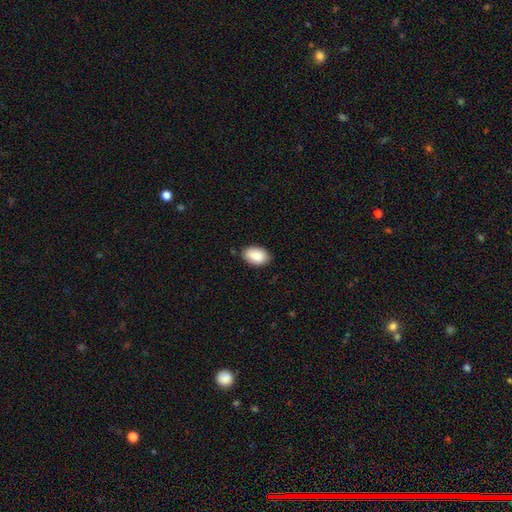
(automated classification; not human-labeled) This appears to be a smooth galaxy with no disk features (88%) that is in between round and cigar-shaped (91%). Merging: none (83%).